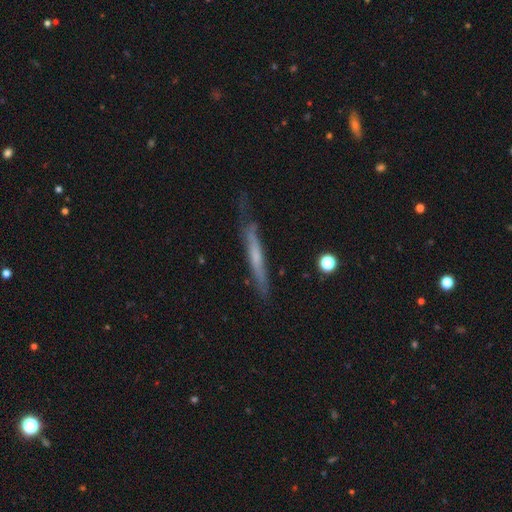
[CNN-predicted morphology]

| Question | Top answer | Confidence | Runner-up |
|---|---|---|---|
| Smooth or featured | featured or disk | 54% | smooth (39%) |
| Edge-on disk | yes | 89% | no (11%) |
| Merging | none | 65% | minor disturbance (25%) |